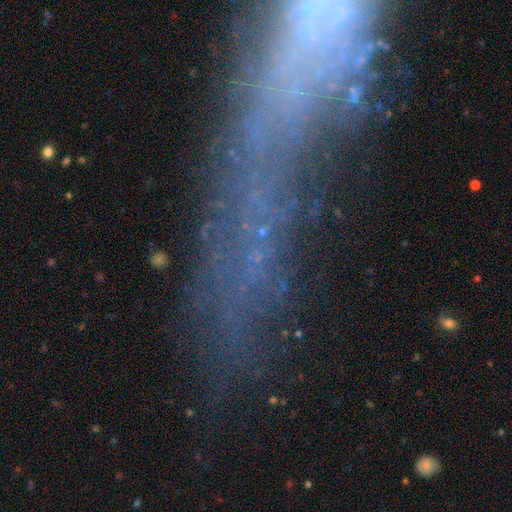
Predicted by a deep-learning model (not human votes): smooth_or_featured: featured or disk (p=0.42) [alt: star or artifact p=0.34]
merging: none (p=0.54) [alt: major disturbance p=0.19]